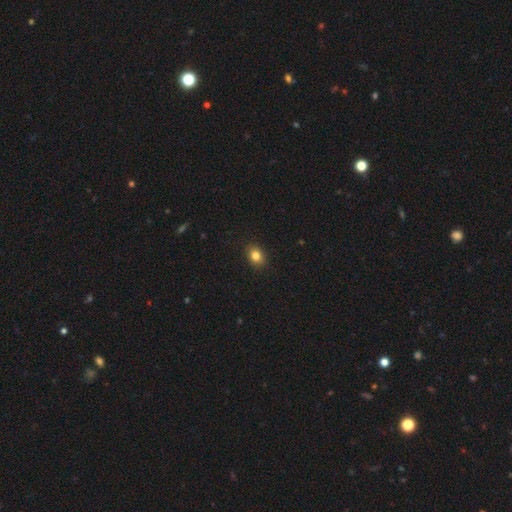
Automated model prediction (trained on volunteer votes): Q: Smooth or featured?
A: smooth (83%); runner-up: star or artifact (11%)
Q: How rounded?
A: in between (56%); runner-up: round (43%)
Q: Merging?
A: none (90%); runner-up: minor disturbance (7%)